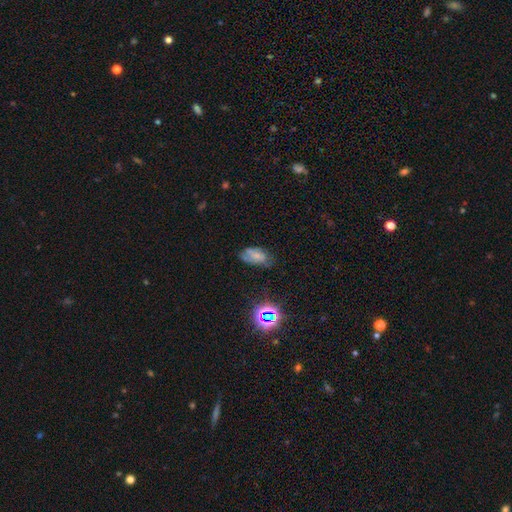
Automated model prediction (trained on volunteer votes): Q: Smooth or featured?
A: smooth (54%); runner-up: featured or disk (29%)
Q: How rounded?
A: in between (91%); runner-up: round (5%)
Q: Merging?
A: none (50%); runner-up: minor disturbance (32%)